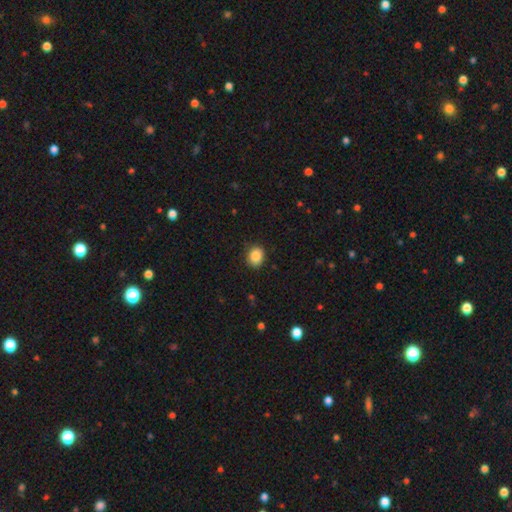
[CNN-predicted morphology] Smooth or featured? Predicted: smooth (p=0.87). How rounded? Predicted: round (p=0.57). Merging? Predicted: none (p=0.86).